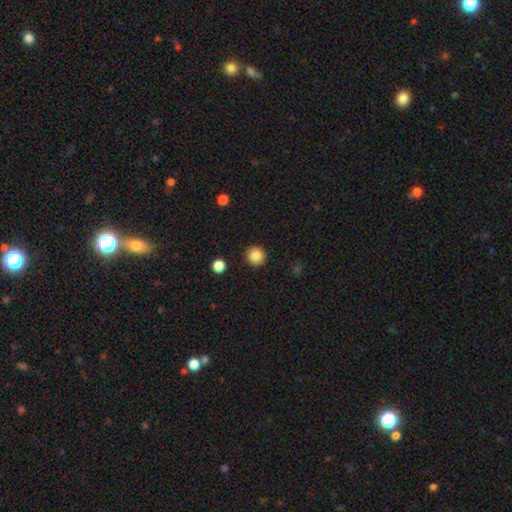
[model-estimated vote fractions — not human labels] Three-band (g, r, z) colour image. It shows a smooth galaxy with no disk features (87%) that is round (94%). Merging: none (92%).